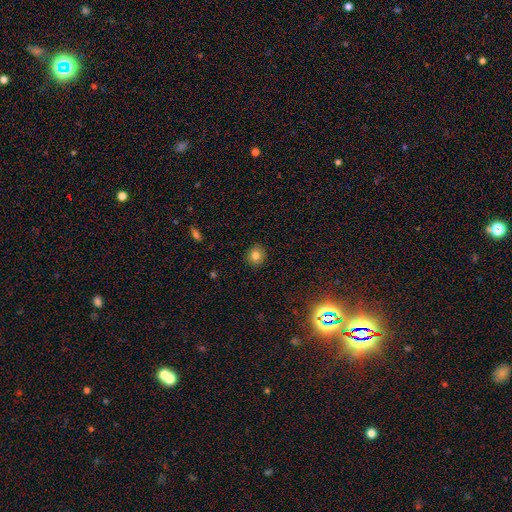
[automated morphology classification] This is likely a smooth galaxy (80%). How rounded: clearly round (88%). Merging: clearly none (91%).